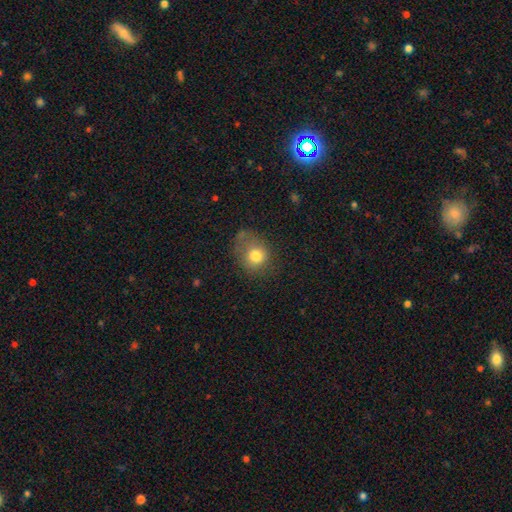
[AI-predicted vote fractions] smooth-or-featured: smooth: 77% | featured or disk: 12% | star or artifact: 11%
  how-rounded: round: 67% | in between: 32% | cigar-shaped: 1%
  merging: none: 51% | minor disturbance: 28% | major disturbance: 17% | merger: 4%